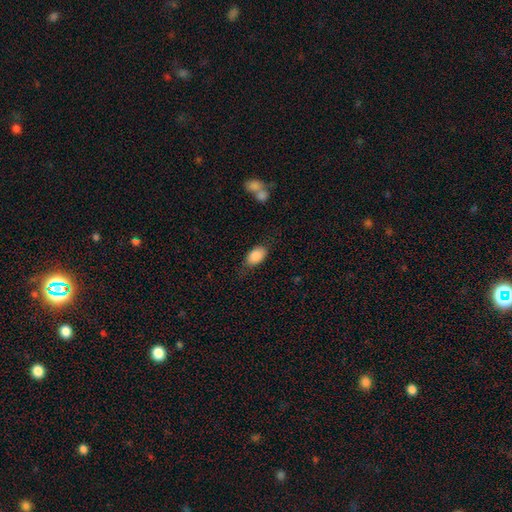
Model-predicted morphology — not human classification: Smooth or featured? Predicted: smooth (p=0.85). How rounded? Predicted: in between (p=0.90). Merging? Predicted: none (p=0.72).